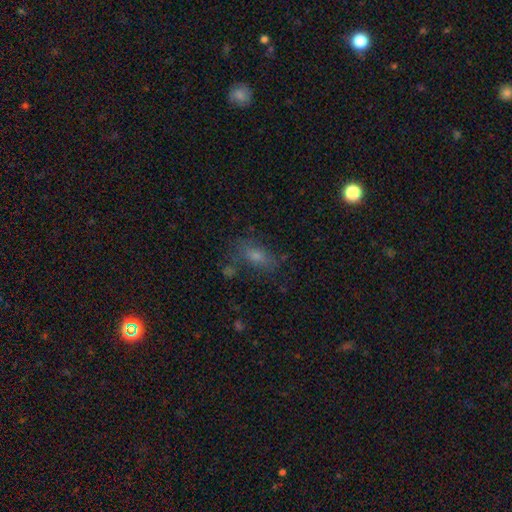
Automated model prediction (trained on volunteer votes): Smooth or featured? Predicted: smooth (p=0.63). How rounded? Predicted: in between (p=0.76). Merging? Predicted: none (p=0.65).